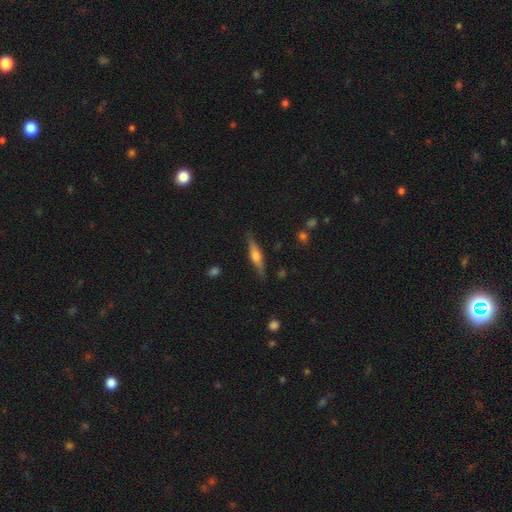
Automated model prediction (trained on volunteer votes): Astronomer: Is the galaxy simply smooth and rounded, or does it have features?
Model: featured or disk — 58% (runner-up: smooth, 35%).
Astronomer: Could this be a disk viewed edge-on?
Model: yes — 95%.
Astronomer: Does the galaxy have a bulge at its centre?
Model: rounded — 85%.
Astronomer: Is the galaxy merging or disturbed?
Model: none — 85%.